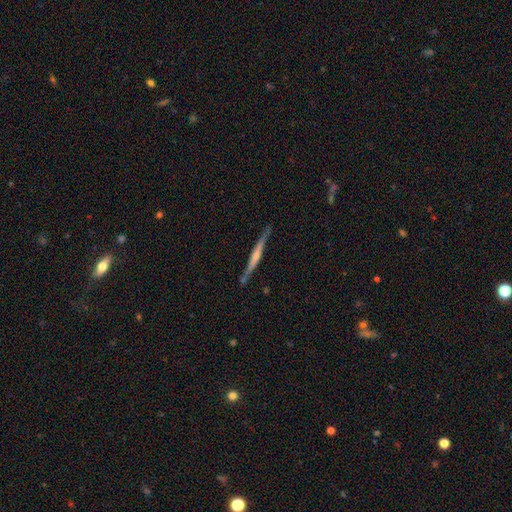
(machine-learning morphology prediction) smooth_or_featured: featured or disk (p=0.64) [alt: smooth p=0.31]
disk_edge_on: yes (p=0.97) [alt: no p=0.03]
edge_on_bulge: rounded (p=0.42) [alt: none p=0.35]
merging: none (p=0.79) [alt: minor disturbance p=0.15]